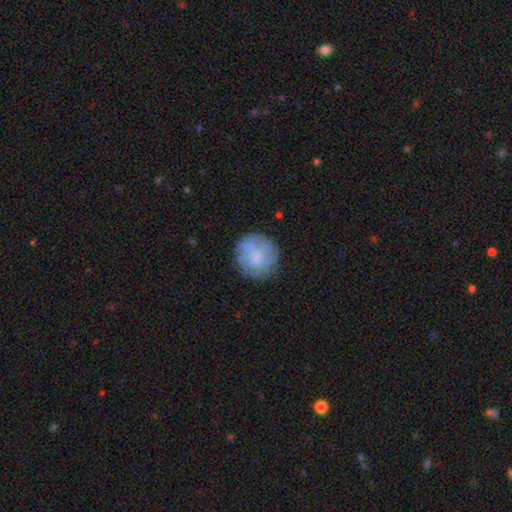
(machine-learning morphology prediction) The model was most divided on "smooth or featured": smooth: 52%, featured or disk: 40%, star or artifact: 8%. More confident: how rounded — round (91%); merging — none (74%).